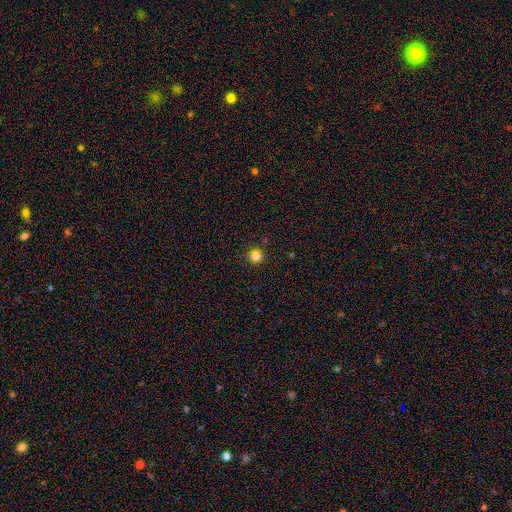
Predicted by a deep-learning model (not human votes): Smooth or featured? smooth (81%)
How rounded? round (90%)
Merging? none (87%)